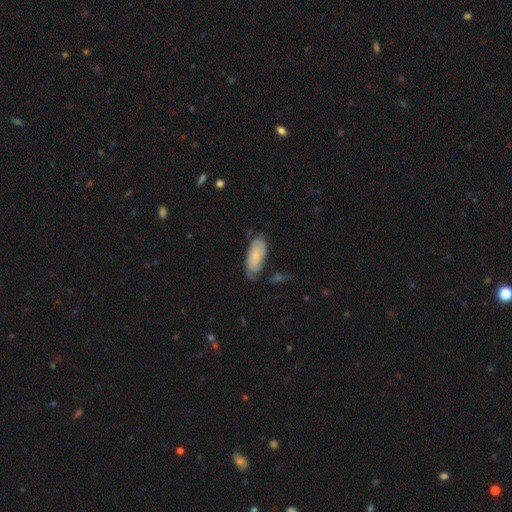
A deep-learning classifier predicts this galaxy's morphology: This is possibly a smooth galaxy (56%). How rounded: clearly in between (86%). Merging: possibly none (57%).